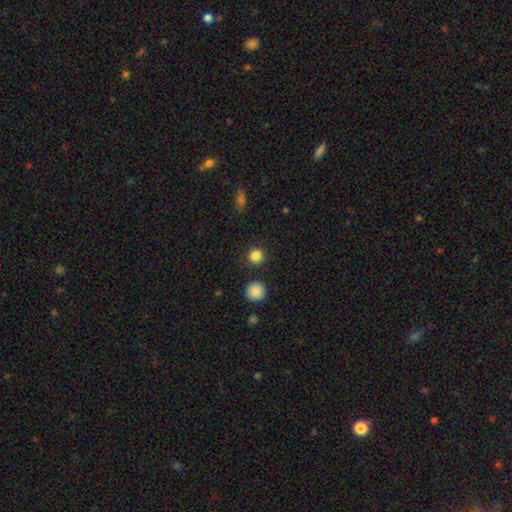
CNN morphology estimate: type=smooth (85%); roundness=round (93%); merging=none (89%).